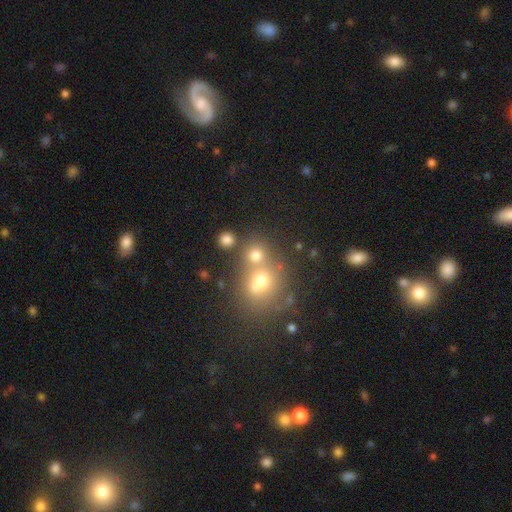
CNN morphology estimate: smooth_or_featured: smooth (p=0.70) [alt: star or artifact p=0.17]
how_rounded: round (p=0.82) [alt: in between p=0.17]
merging: none (p=0.49) [alt: merger p=0.39]